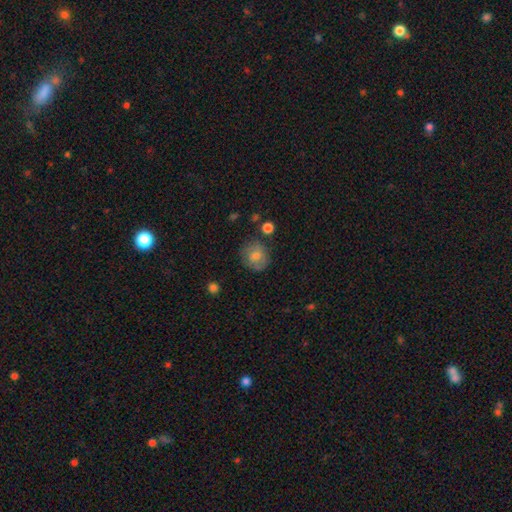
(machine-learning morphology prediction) smooth 72%, featured or disk 18%, star or artifact 10%. Down the decision tree: how rounded — round (83%); merging — none (79%).